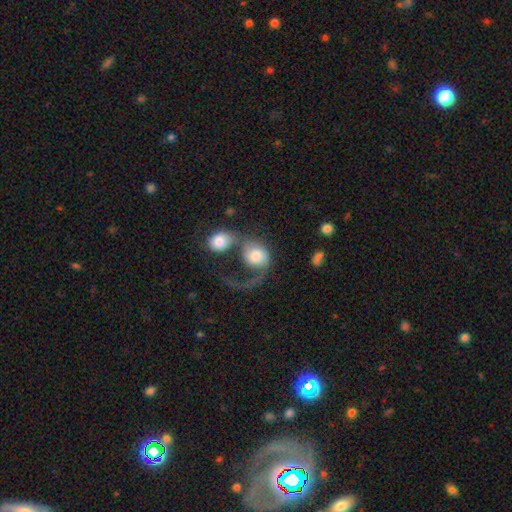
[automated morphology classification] Smooth or featured? Predicted: smooth (p=0.54). How rounded? Predicted: round (p=0.66). Merging? Predicted: merger (p=0.51).